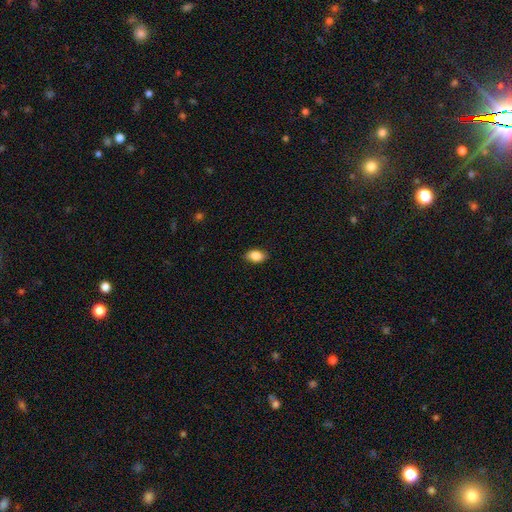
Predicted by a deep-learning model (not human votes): This appears to be a smooth galaxy with no disk features (87%) that is in between round and cigar-shaped (88%). Merging: none (88%).